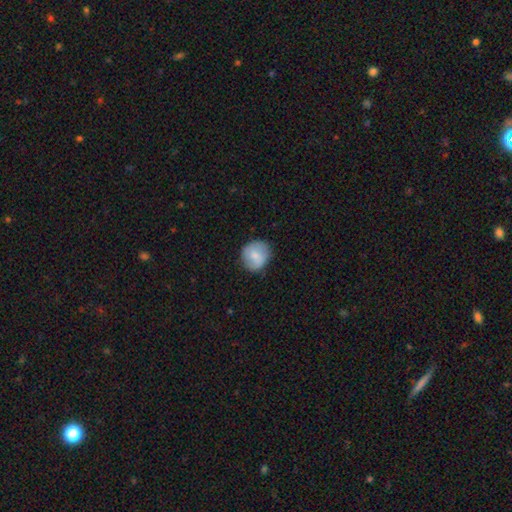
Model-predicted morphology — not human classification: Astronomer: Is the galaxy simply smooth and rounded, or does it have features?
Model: smooth — 77%.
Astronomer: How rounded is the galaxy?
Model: round — 83%.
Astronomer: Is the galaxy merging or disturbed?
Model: none — 78%.